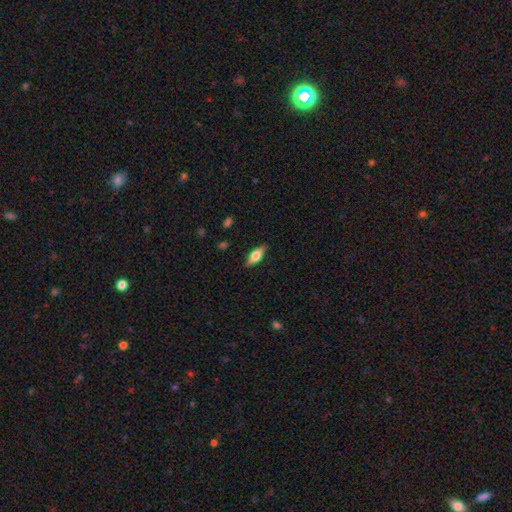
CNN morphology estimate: smooth 53%, featured or disk 40%, star or artifact 7%. Down the decision tree: how rounded — in between (66%); merging — none (86%).